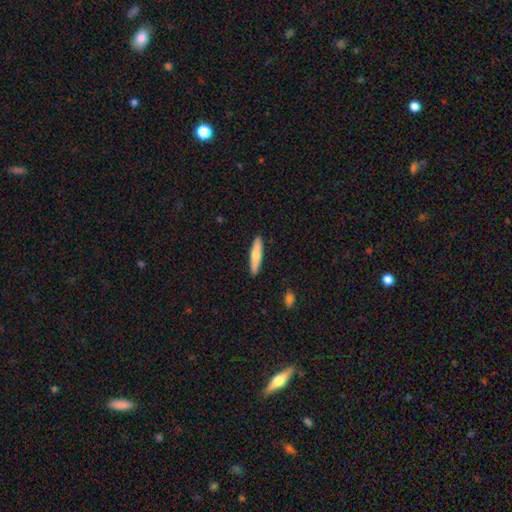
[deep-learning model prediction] smooth 69%, featured or disk 26%, star or artifact 5%. Down the decision tree: how rounded — cigar-shaped (85%); merging — none (91%).